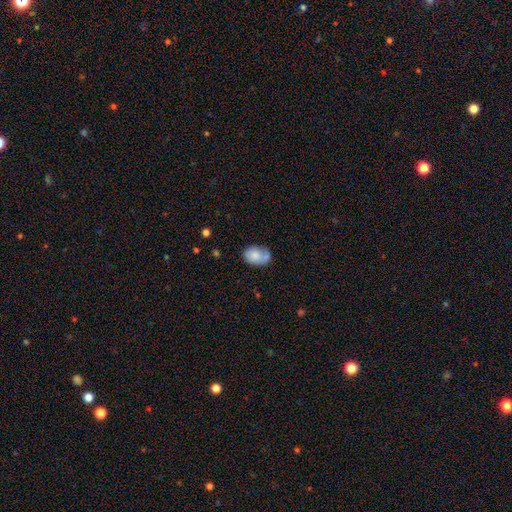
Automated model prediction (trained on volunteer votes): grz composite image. It shows a smooth galaxy with no disk features (75%) that is in between round and cigar-shaped (78%). Merging: none (46%).